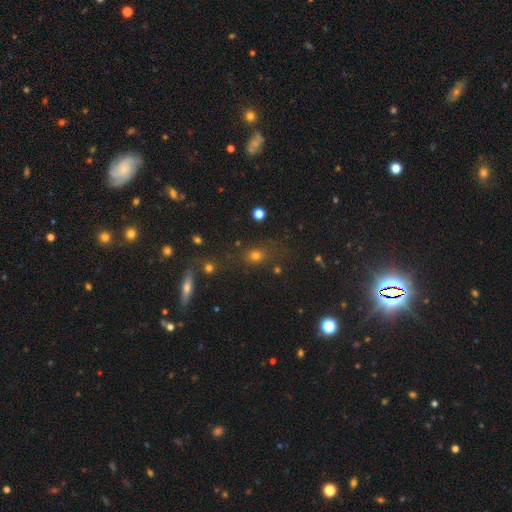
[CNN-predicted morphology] Smooth or featured? smooth (65%)
How rounded? round (63%)
Merging? none (72%)